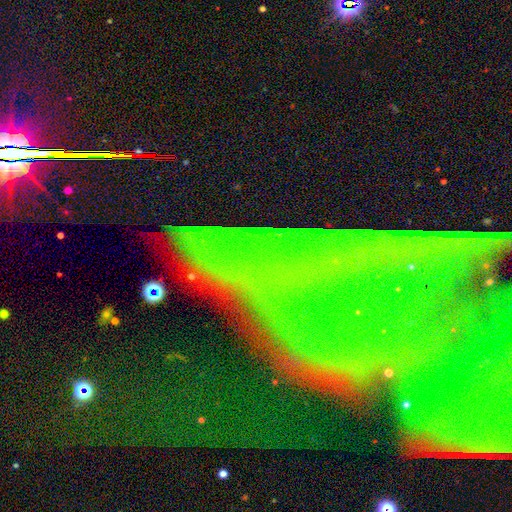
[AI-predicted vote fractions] This is likely a star or artifact rather than a galaxy (69%).